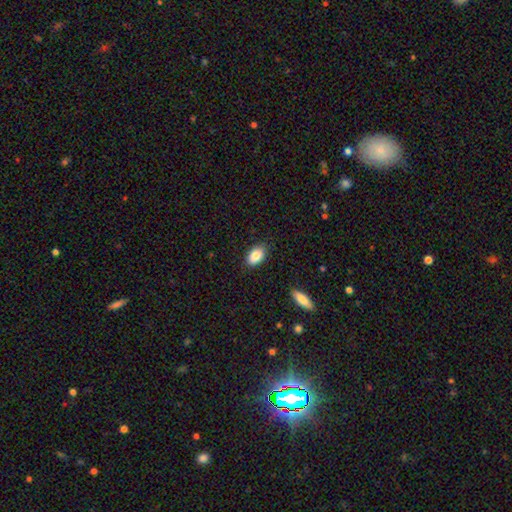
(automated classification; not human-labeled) A smooth galaxy with no disk features (86%) that is in between round and cigar-shaped (91%). Merging: none (85%).